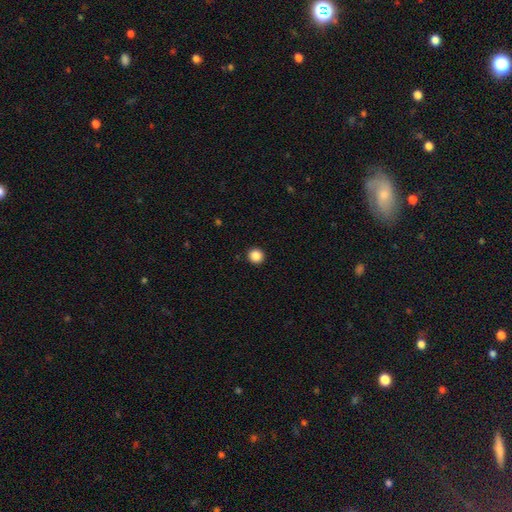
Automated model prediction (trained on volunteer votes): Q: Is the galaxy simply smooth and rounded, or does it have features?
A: smooth — 87%.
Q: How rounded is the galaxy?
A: round — 94%.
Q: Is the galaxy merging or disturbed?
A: none — 93%.